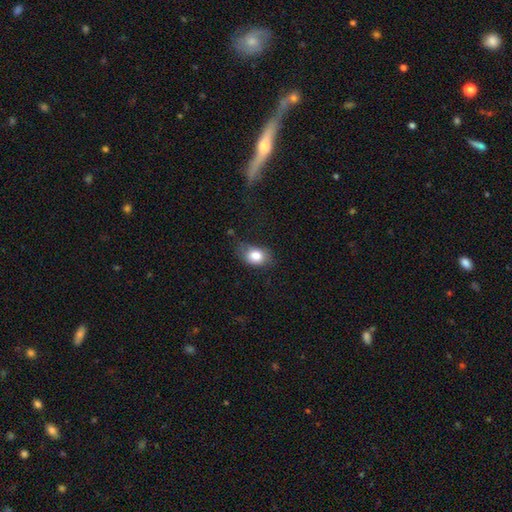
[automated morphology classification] smooth_or_featured: smooth (p=0.82) [alt: featured or disk p=0.10]
how_rounded: in between (p=0.69) [alt: round p=0.30]
merging: none (p=0.61) [alt: minor disturbance p=0.28]